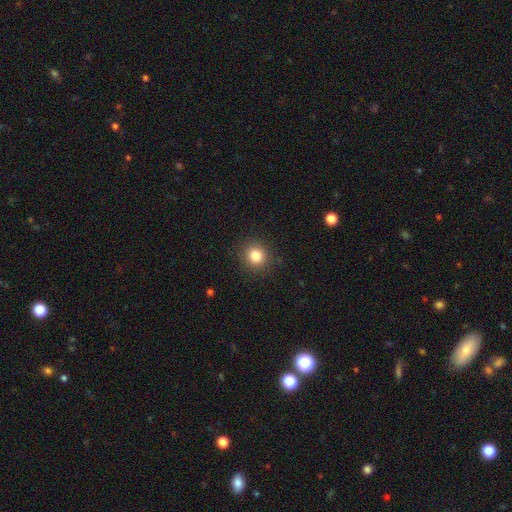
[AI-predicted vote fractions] Smooth or featured: smooth — 82% (star or artifact — 12%)
How rounded: round — 90% (in between — 9%)
Merging: none — 90% (minor disturbance — 6%)